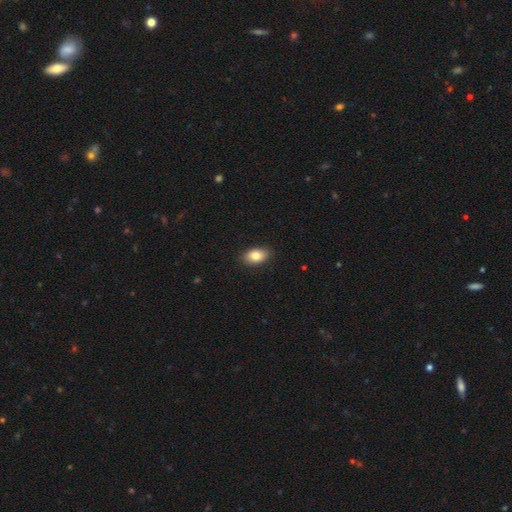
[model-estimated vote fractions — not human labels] Overall: smooth (84%). How rounded: in between (88%). Merging: none (89%).